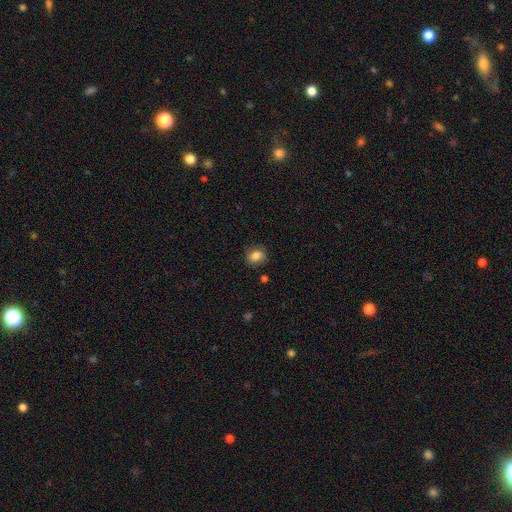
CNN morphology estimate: smooth 81%, star or artifact 10%, featured or disk 9%. Down the decision tree: how rounded — round (65%); merging — none (80%).